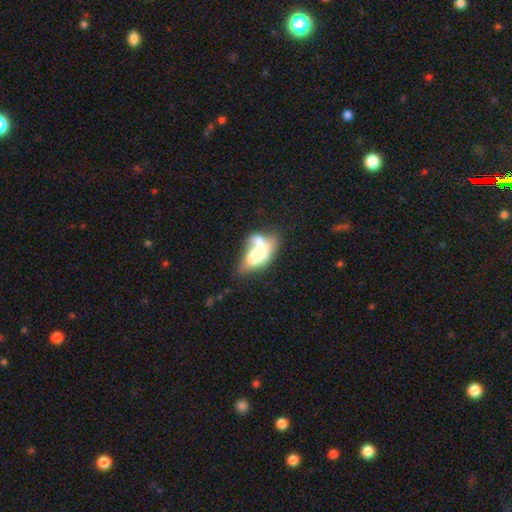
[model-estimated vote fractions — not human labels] This is possibly a smooth galaxy (53%). How rounded: likely in between (77%). Merging: possibly merger (53%).